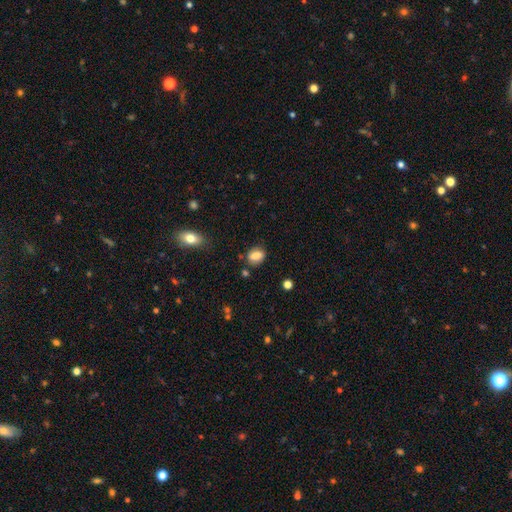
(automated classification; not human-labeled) Smooth or featured?
  - smooth: 81% *
  - featured or disk: 10%
  - star or artifact: 9%
How rounded?
  - in between: 67% *
  - round: 31%
  - cigar-shaped: 2%
Merging?
  - none: 79% *
  - minor disturbance: 14%
  - merger: 4%
  - major disturbance: 3%